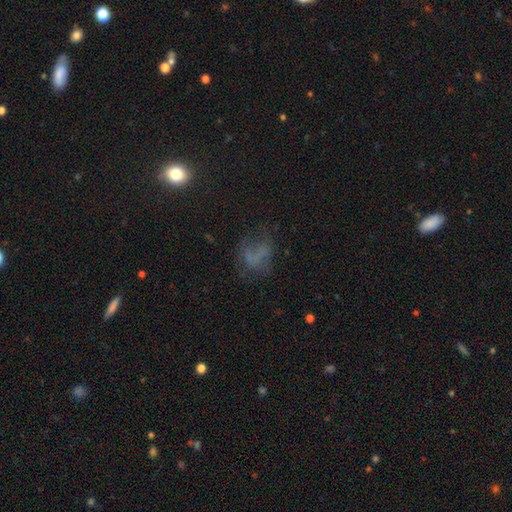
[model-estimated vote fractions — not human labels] Overall: smooth (40%; featured or disk 33%). Merging: none (45%; major disturbance 30%).